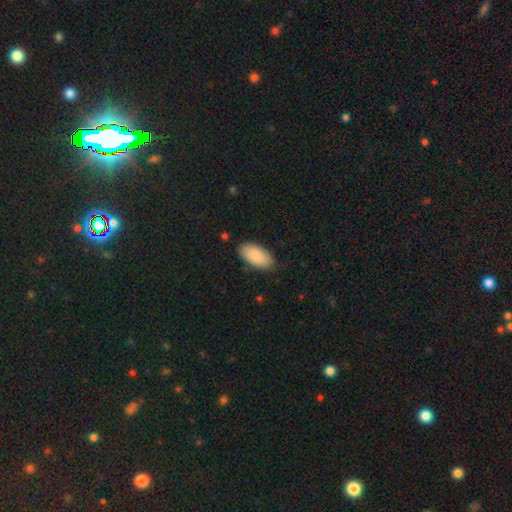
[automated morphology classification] smooth-or-featured: smooth: 88% | featured or disk: 6% | star or artifact: 6%
  how-rounded: in between: 95% | cigar-shaped: 4% | round: 2%
  merging: none: 83% | minor disturbance: 14% | major disturbance: 3% | merger: 1%